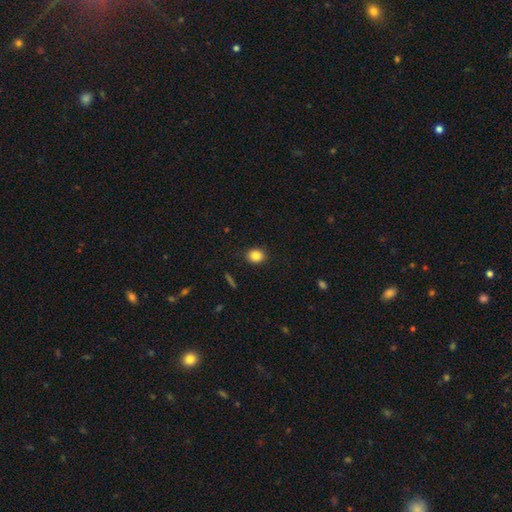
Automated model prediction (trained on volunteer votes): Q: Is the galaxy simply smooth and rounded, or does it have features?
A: smooth — 85%.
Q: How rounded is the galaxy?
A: round — 60%.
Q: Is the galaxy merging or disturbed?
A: none — 89%.